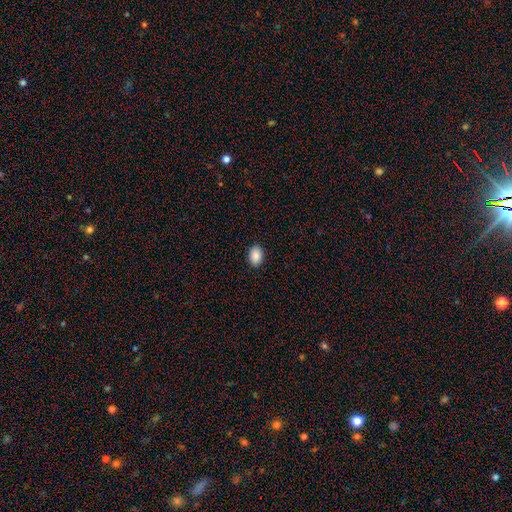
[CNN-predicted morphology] smooth_or_featured: smooth (p=0.90) [alt: star or artifact p=0.07]
how_rounded: in between (p=0.85) [alt: round p=0.14]
merging: none (p=0.90) [alt: minor disturbance p=0.07]